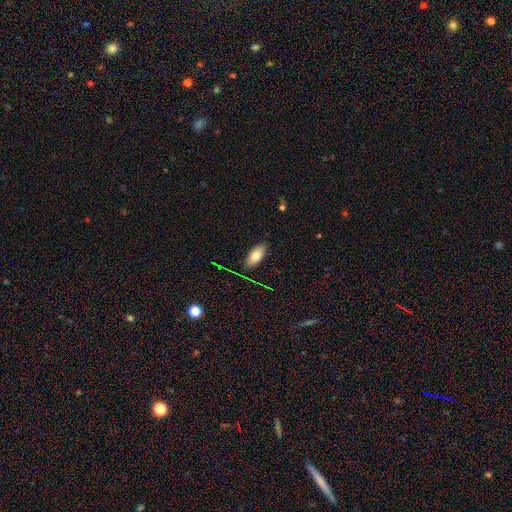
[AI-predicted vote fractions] Q: Smooth or featured?
A: smooth (77%); runner-up: featured or disk (16%)
Q: How rounded?
A: in between (88%); runner-up: cigar-shaped (9%)
Q: Merging?
A: none (84%); runner-up: minor disturbance (12%)